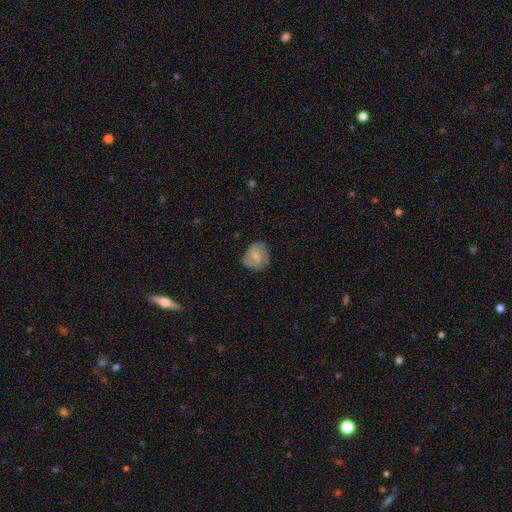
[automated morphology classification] Smooth or featured?
  - featured or disk: 56% *
  - smooth: 37%
  - star or artifact: 8%
Edge-on disk?
  - no: 98% *
  - yes: 2%
Bar?
  - no: 57% *
  - weak: 36%
  - strong: 6%
Spiral arms?
  - yes: 84% *
  - no: 16%
Bulge size?
  - small: 57% *
  - moderate: 29%
  - none: 11%
  - large: 2%
  - dominant: 1%
Merging?
  - none: 66% *
  - minor disturbance: 24%
  - major disturbance: 9%
  - merger: 2%